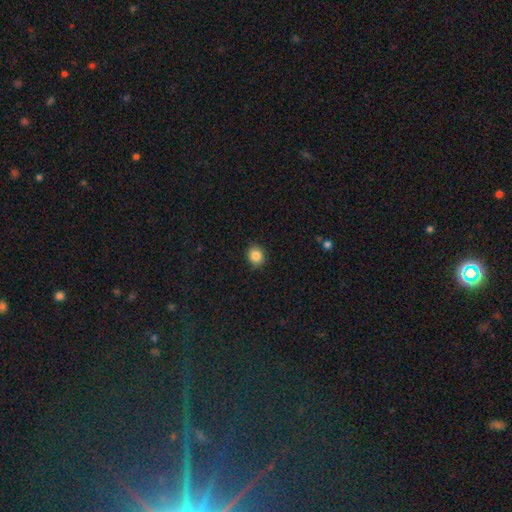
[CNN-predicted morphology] This appears to be a smooth galaxy with no disk features (85%) that is round (72%). Merging: none (90%).